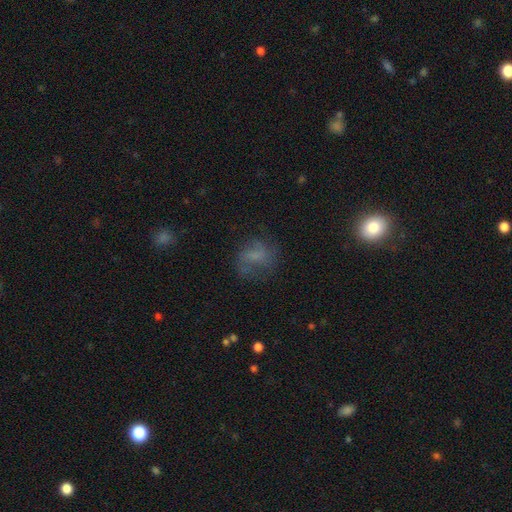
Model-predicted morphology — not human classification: This is possibly a smooth galaxy (48%). Merging: possibly none (55%).